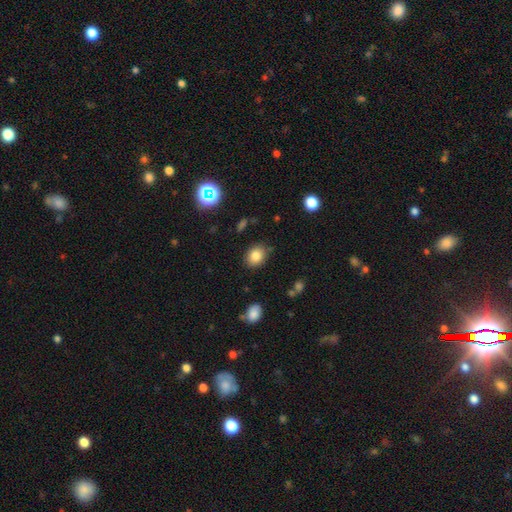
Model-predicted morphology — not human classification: This is clearly a smooth galaxy (82%). How rounded: possibly in between (53%). Merging: clearly none (82%).